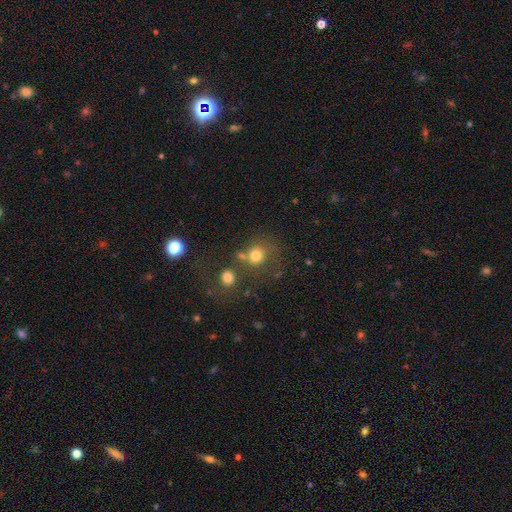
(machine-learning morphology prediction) A smooth galaxy with no disk features (74%) that is round (81%). Merging: none (54%).